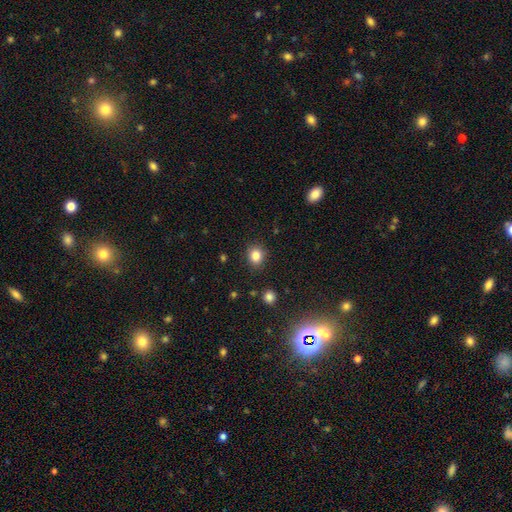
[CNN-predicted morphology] A smooth galaxy with no disk features (84%) that is round (72%).

Vote fractions:
- Smooth or featured? smooth: 84% / star or artifact: 11% / featured or disk: 5%
- How rounded? round: 72% / in between: 27% / cigar-shaped: 1%
- Merging? none: 88% / minor disturbance: 8% / major disturbance: 2% / merger: 2%